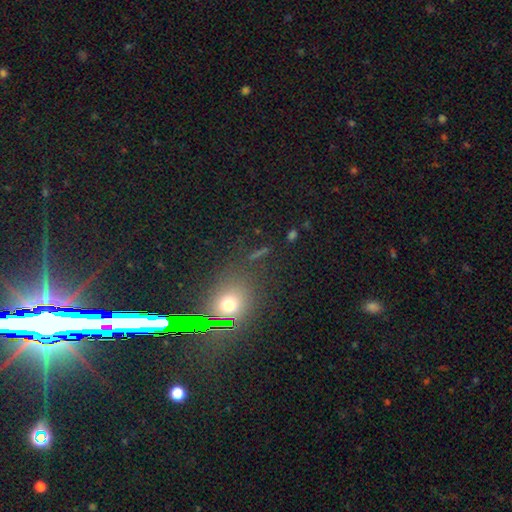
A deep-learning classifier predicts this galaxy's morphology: star or artifact 55%, smooth 35%, featured or disk 10%.